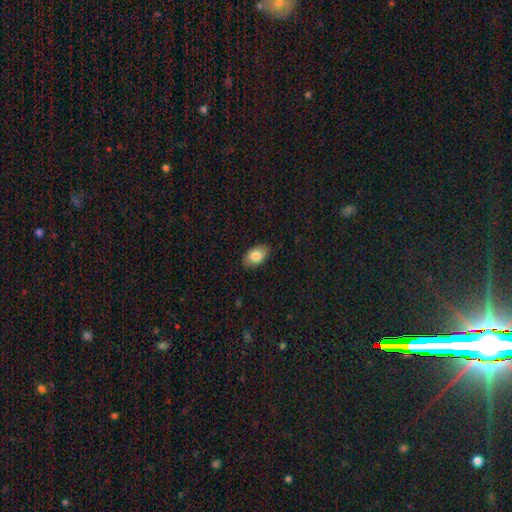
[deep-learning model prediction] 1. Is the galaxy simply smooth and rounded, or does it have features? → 81% smooth, 12% featured or disk, 7% star or artifact.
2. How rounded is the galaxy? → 91% in between, 7% round, 1% cigar-shaped.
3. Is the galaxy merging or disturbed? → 86% none, 10% minor disturbance, 2% major disturbance, 1% merger.